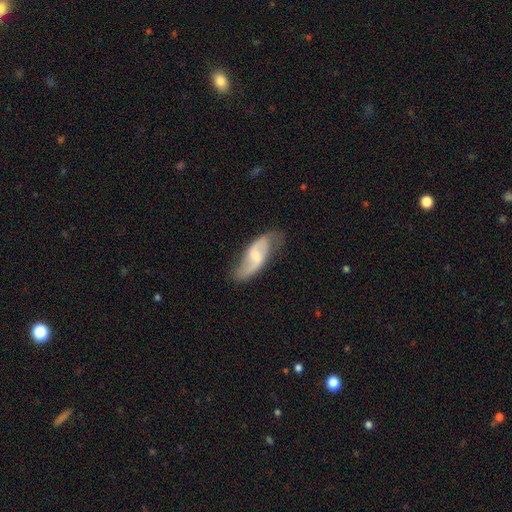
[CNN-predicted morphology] featured or disk 71%, smooth 23%, star or artifact 6%. Down the decision tree: edge-on disk — no (92%); bar — weak (53%); spiral arms — yes (90%); spiral arm count — 2 (88%); spiral winding — loose (70%); bulge size — small (42%); merging — none (70%).